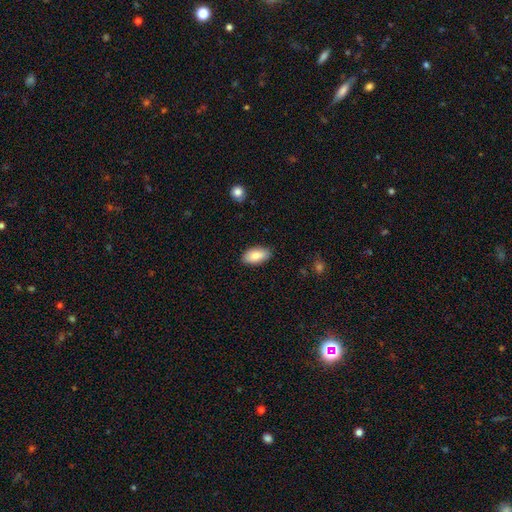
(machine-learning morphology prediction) The model was most divided on "merging": none: 85%, minor disturbance: 12%, major disturbance: 2%, merger: 1%. More confident: how rounded — in between (94%); smooth or featured — smooth (86%).